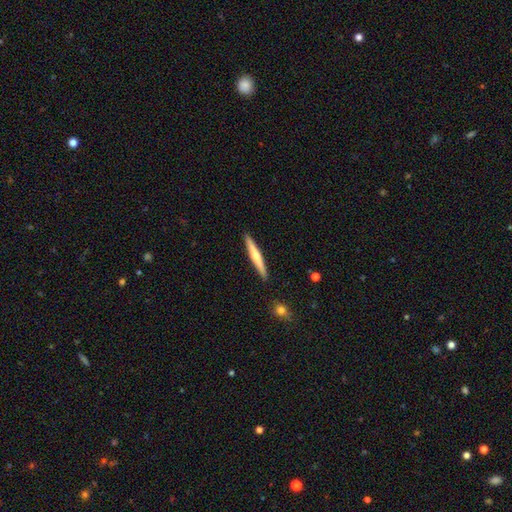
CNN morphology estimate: The model was most divided on "smooth or featured": featured or disk: 55%, smooth: 39%, star or artifact: 5%. More confident: edge-on disk — yes (97%); merging — none (92%); edge-on bulge — rounded (83%).